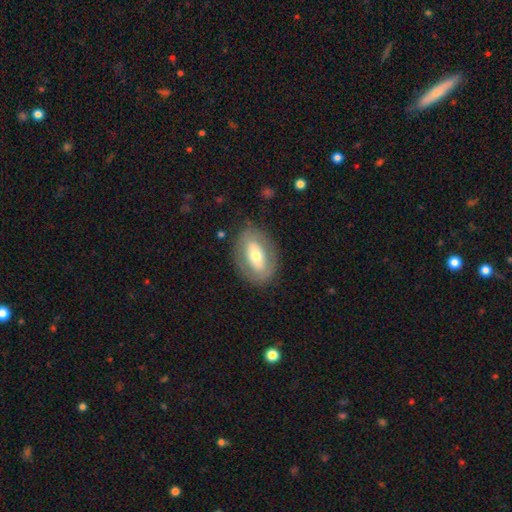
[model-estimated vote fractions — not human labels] This is possibly a smooth galaxy (47%, tied with featured or disk). Merging: clearly none (80%).